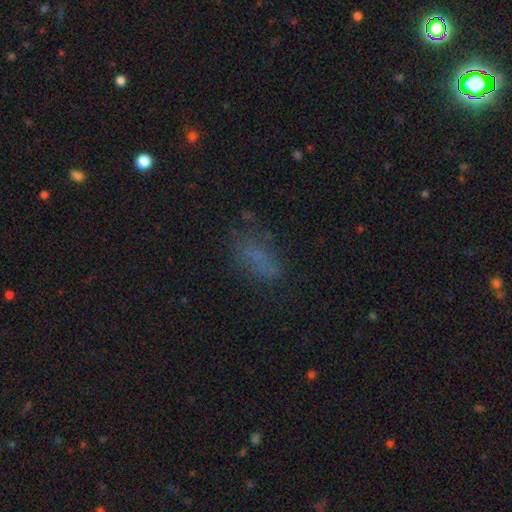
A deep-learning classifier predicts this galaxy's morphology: Smooth or featured? Predicted: smooth (p=0.58). How rounded? Predicted: in between (p=0.79). Merging? Predicted: none (p=0.60).